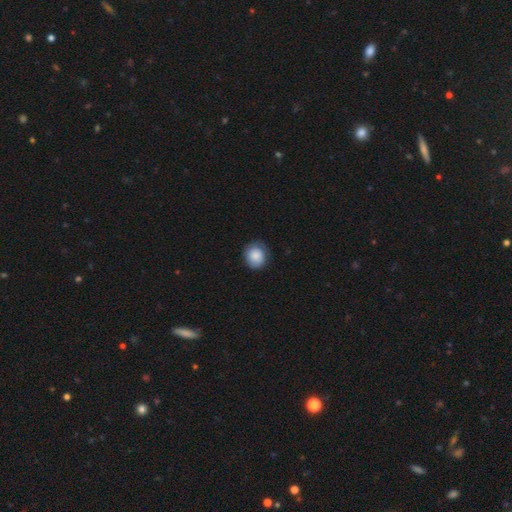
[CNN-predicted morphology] Smooth or featured? smooth (85%)
How rounded? round (80%)
Merging? none (78%)